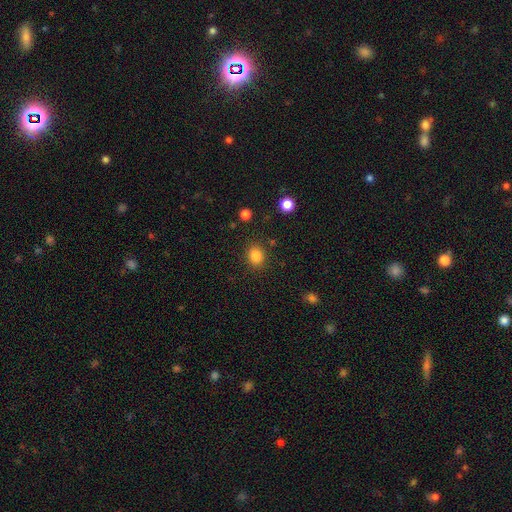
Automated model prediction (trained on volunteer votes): smooth_or_featured: smooth (p=0.85) [alt: star or artifact p=0.11]
how_rounded: round (p=0.56) [alt: in between p=0.43]
merging: none (p=0.86) [alt: minor disturbance p=0.09]